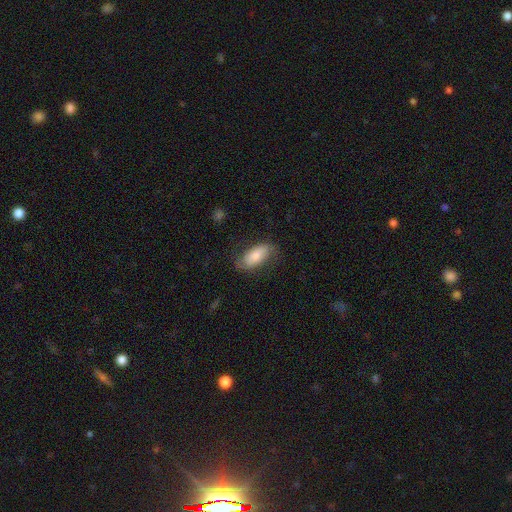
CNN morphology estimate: This is likely a smooth galaxy (72%). How rounded: clearly in between (88%). Merging: likely none (69%).